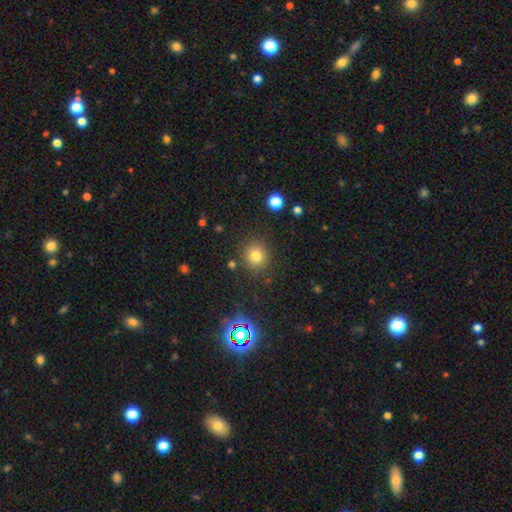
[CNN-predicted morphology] Smooth or featured? Predicted: smooth (p=0.77). How rounded? Predicted: round (p=0.85). Merging? Predicted: none (p=0.86).